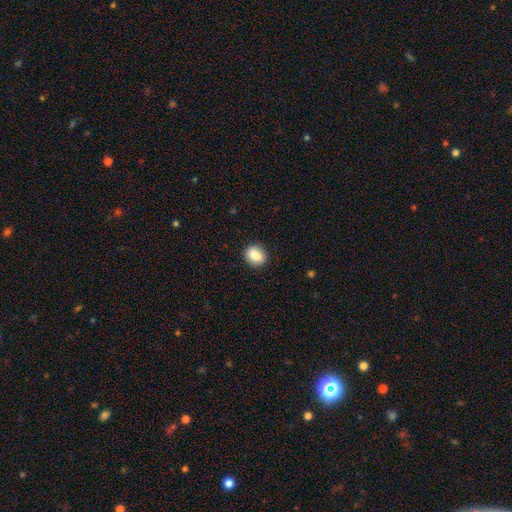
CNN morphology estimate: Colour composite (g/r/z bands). It shows a smooth galaxy with no disk features (86%) that is in between round and cigar-shaped (51%). Merging: none (87%).